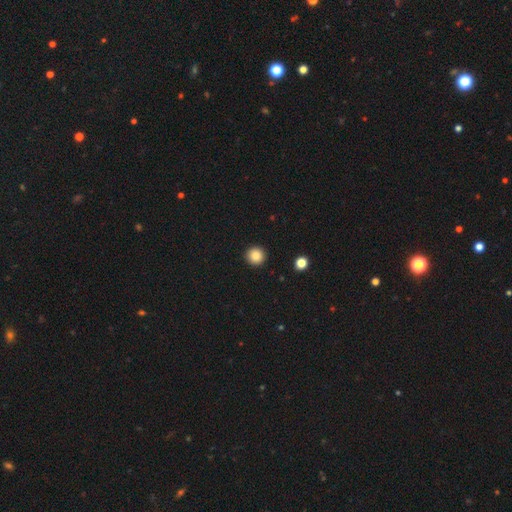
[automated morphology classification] smooth_or_featured: smooth (p=0.86) [alt: star or artifact p=0.10]
how_rounded: round (p=0.96) [alt: in between p=0.03]
merging: none (p=0.93) [alt: minor disturbance p=0.04]